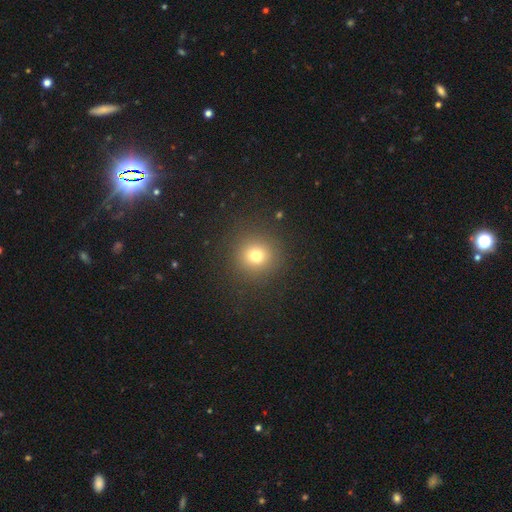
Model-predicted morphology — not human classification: smooth-or-featured: smooth: 73% | star or artifact: 18% | featured or disk: 9%
  how-rounded: round: 92% | in between: 7% | cigar-shaped: 1%
  merging: none: 88% | minor disturbance: 7% | major disturbance: 4% | merger: 1%